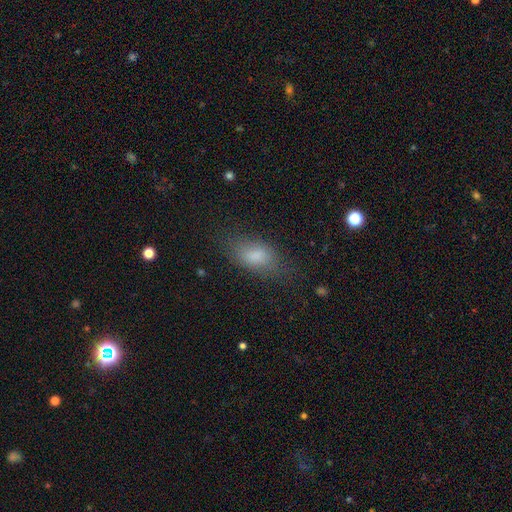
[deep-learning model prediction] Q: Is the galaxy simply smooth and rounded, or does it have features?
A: smooth — 78%.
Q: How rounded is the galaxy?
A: in between — 86%.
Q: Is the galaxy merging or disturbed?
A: none — 66%.